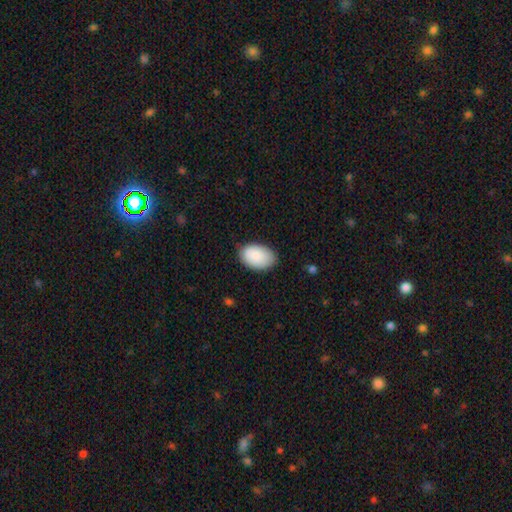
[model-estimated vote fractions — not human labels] Smooth or featured: smooth — 89% (star or artifact — 6%)
How rounded: in between — 92% (round — 7%)
Merging: none — 81% (minor disturbance — 15%)